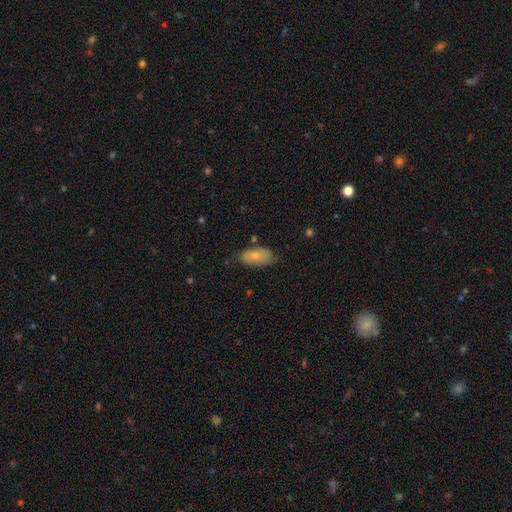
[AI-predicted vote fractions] Morphology: type=smooth (76%); roundness=in between (91%); merging=none (69%).